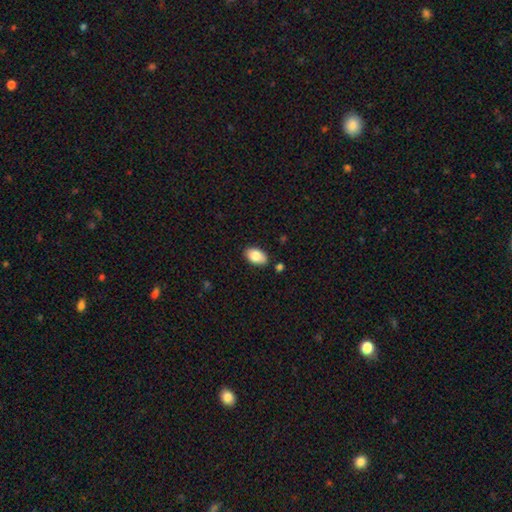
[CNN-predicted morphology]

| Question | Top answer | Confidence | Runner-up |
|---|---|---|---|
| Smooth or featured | smooth | 84% | featured or disk (9%) |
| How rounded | in between | 92% | round (7%) |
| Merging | none | 83% | minor disturbance (12%) |